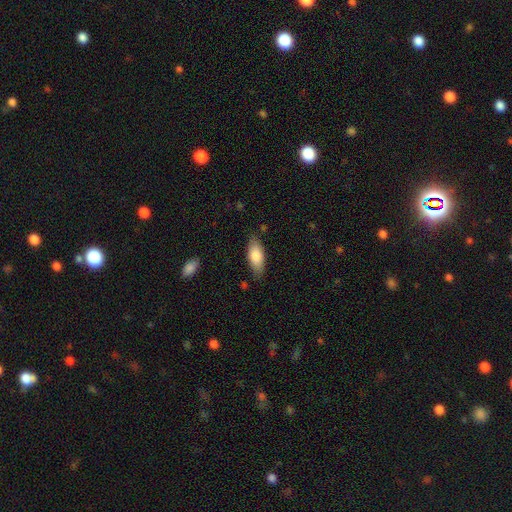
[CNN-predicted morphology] Smooth or featured: smooth — 81% (featured or disk — 13%)
How rounded: in between — 81% (cigar-shaped — 17%)
Merging: none — 78% (minor disturbance — 17%)